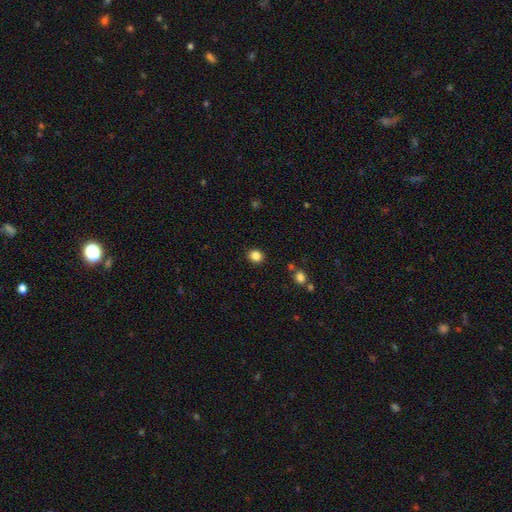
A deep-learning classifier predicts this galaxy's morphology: A smooth galaxy with no disk features (85%) that is round (70%).

Vote fractions:
- Smooth or featured? smooth: 85% / star or artifact: 11% / featured or disk: 4%
- How rounded? round: 70% / in between: 29% / cigar-shaped: 1%
- Merging? none: 89% / minor disturbance: 7% / major disturbance: 2% / merger: 2%